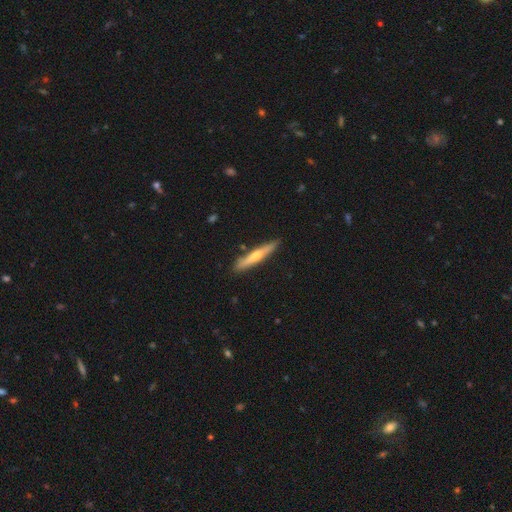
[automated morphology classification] Smooth or featured: featured or disk — 49% (smooth — 46%)
Merging: none — 88% (minor disturbance — 9%)